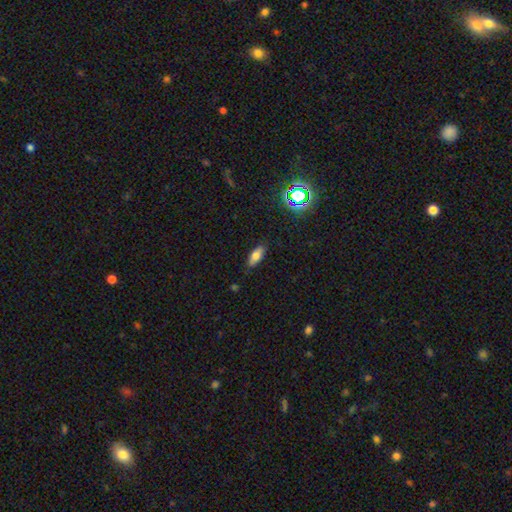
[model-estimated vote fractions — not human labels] smooth-or-featured: smooth: 74% | featured or disk: 15% | star or artifact: 11%
  how-rounded: in between: 78% | cigar-shaped: 19% | round: 3%
  merging: none: 85% | minor disturbance: 11% | major disturbance: 2% | merger: 1%